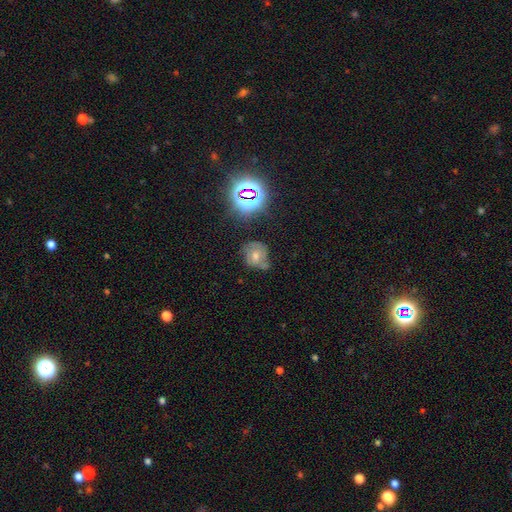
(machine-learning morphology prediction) A star or artifact, not a galaxy (38%).